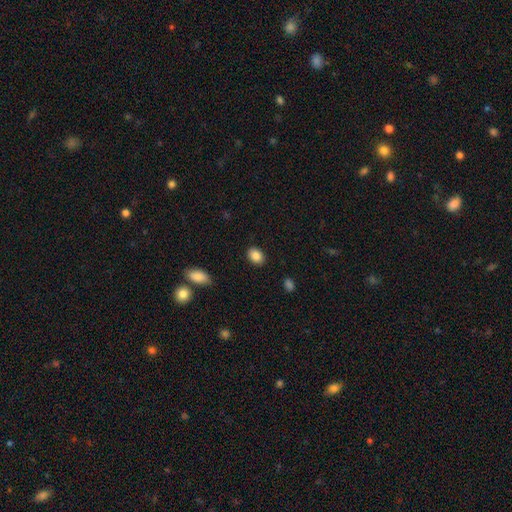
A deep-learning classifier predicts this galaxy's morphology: Smooth or featured? smooth (86%)
How rounded? in between (73%)
Merging? none (88%)